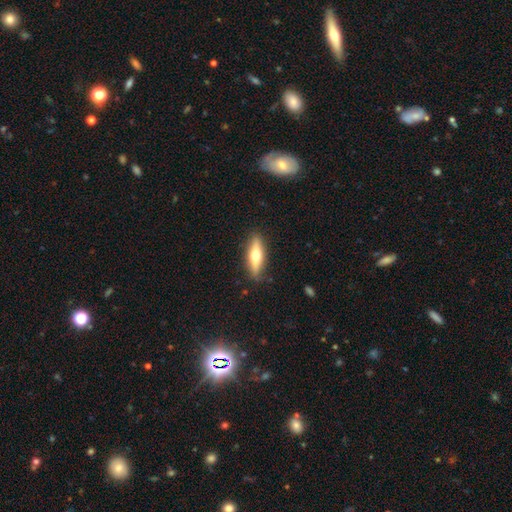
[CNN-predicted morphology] Smooth or featured? smooth (52%)
How rounded? cigar-shaped (58%)
Merging? none (86%)